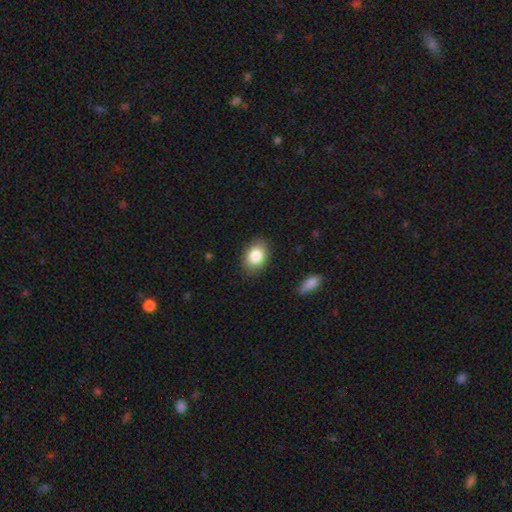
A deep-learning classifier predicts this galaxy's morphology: Smooth or featured? Predicted: smooth (p=0.85). How rounded? Predicted: in between (p=0.72). Merging? Predicted: none (p=0.84).